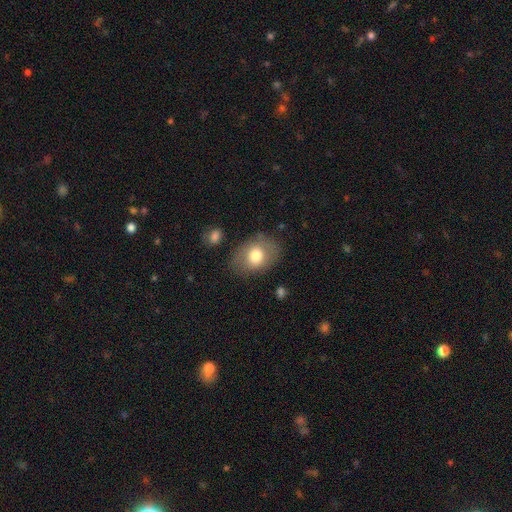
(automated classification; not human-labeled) Overall: smooth (73%). How rounded: in between (68%; round 31%). Merging: none (76%).